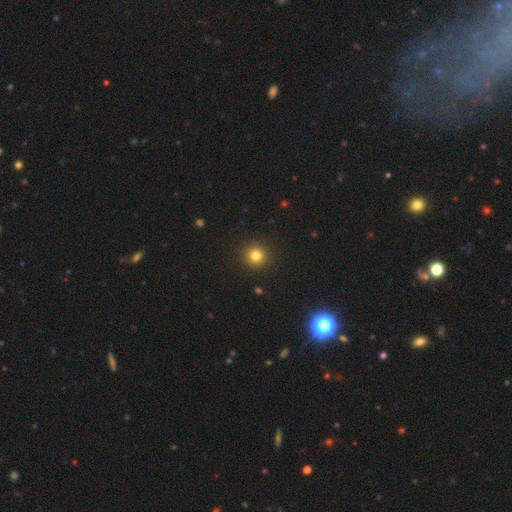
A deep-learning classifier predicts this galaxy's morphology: This is clearly a smooth galaxy (80%). How rounded: clearly round (94%). Merging: clearly none (92%).